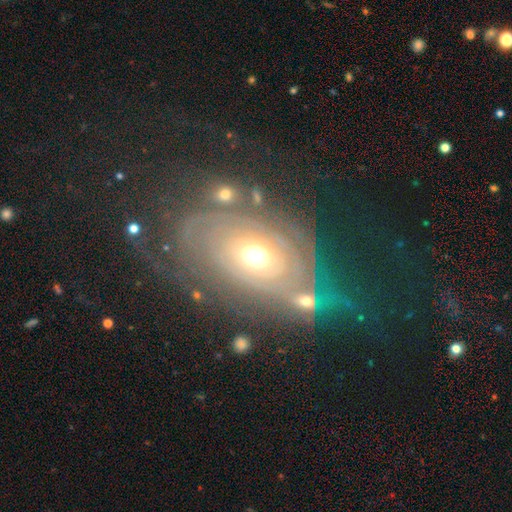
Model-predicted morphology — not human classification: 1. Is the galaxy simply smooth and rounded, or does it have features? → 78% featured or disk, 12% smooth, 10% star or artifact.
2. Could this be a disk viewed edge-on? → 94% no, 6% yes.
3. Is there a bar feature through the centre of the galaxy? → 80% no, 14% weak, 5% strong.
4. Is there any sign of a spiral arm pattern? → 83% yes, 17% no.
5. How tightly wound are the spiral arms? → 74% tight, 18% medium, 8% loose.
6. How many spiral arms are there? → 46% can't tell, 20% 2, 12% 3, 8% 4, 7% more than 4, 7% 1.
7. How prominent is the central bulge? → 72% moderate, 15% small, 11% large, 2% dominant, 1% none.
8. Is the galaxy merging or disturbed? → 59% none, 18% minor disturbance, 17% major disturbance, 6% merger.